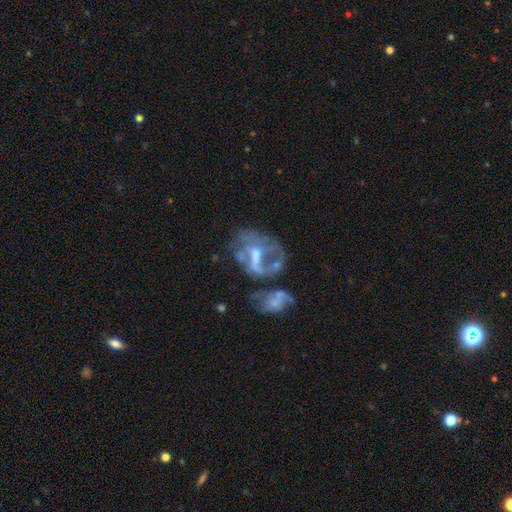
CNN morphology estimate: A featured or disk galaxy (69%) with no bar (50%), no spiral arms (59%) and a moderate central bulge (40%). Merging: major disturbance (31%).